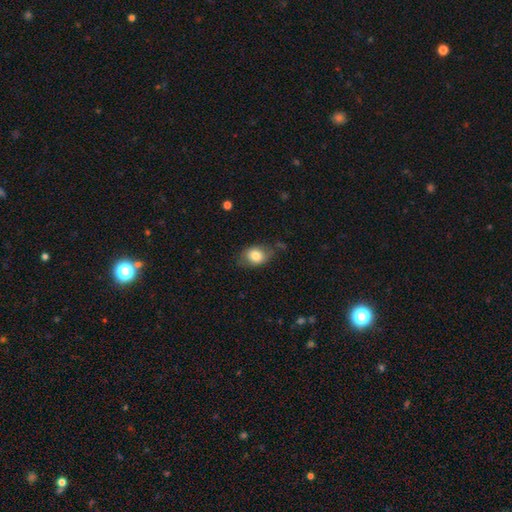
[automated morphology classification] A smooth galaxy with no disk features (79%) that is in between round and cigar-shaped (63%).

Vote fractions:
- Smooth or featured? smooth: 79% / featured or disk: 13% / star or artifact: 8%
- How rounded? in between: 63% / round: 36% / cigar-shaped: 1%
- Merging? none: 65% / minor disturbance: 25% / major disturbance: 8% / merger: 2%